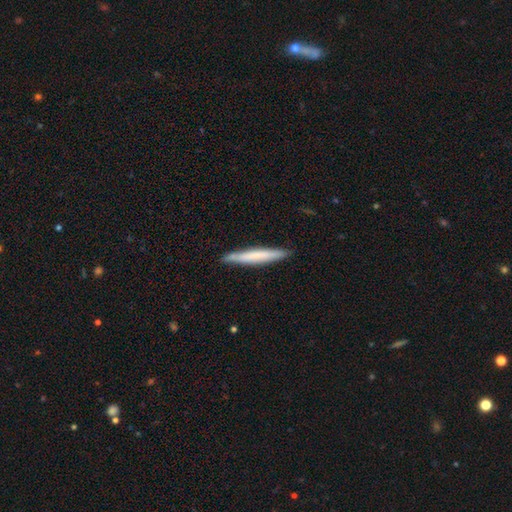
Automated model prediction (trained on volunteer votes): Smooth or featured: smooth — 60% (featured or disk — 34%)
How rounded: cigar-shaped — 96% (in between — 3%)
Merging: none — 88% (minor disturbance — 9%)